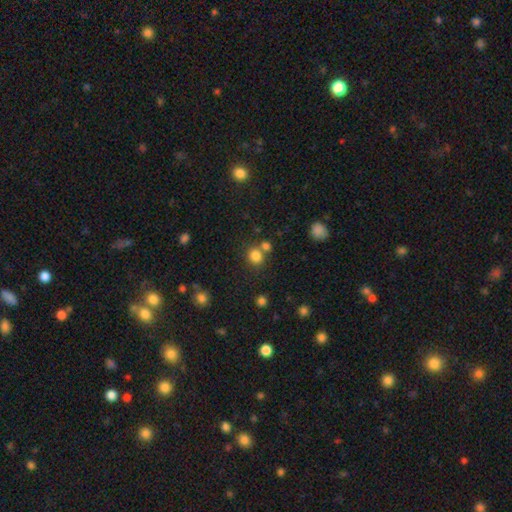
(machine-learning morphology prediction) smooth 81%, star or artifact 14%, featured or disk 6%. Down the decision tree: how rounded — round (82%); merging — none (63%).